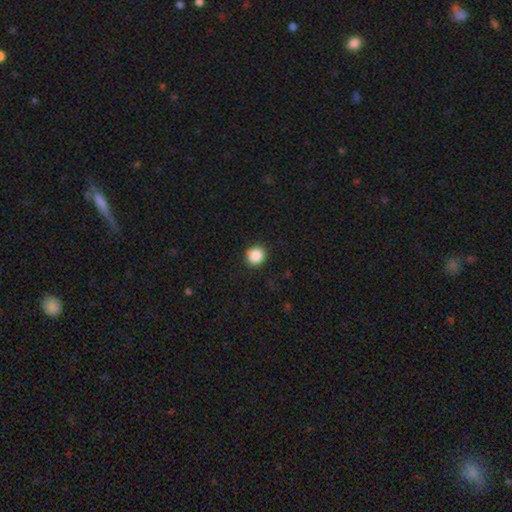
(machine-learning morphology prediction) smooth-or-featured: smooth: 87% | star or artifact: 10% | featured or disk: 3%
  how-rounded: round: 84% | in between: 15% | cigar-shaped: 1%
  merging: none: 87% | minor disturbance: 9% | major disturbance: 2% | merger: 1%